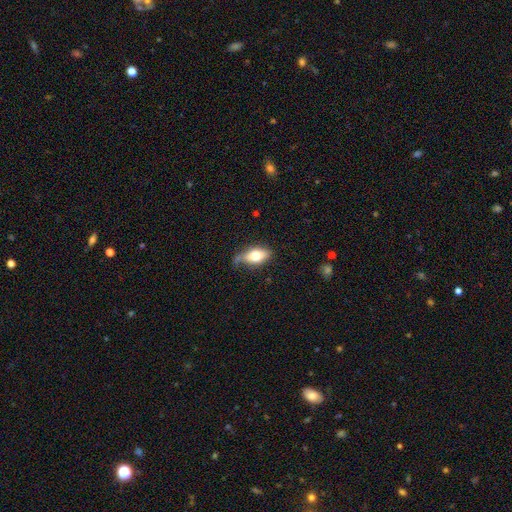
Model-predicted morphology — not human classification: Smooth or featured? Predicted: smooth (p=0.70). How rounded? Predicted: in between (p=0.87). Merging? Predicted: none (p=0.46).